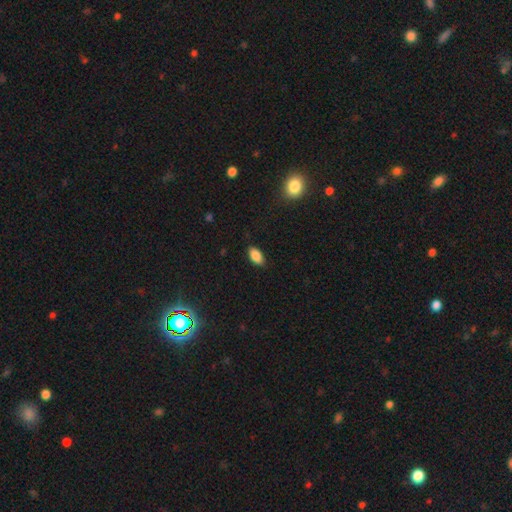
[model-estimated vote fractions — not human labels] Smooth or featured?
  - smooth: 86% *
  - star or artifact: 8%
  - featured or disk: 6%
How rounded?
  - in between: 92% *
  - round: 4%
  - cigar-shaped: 4%
Merging?
  - none: 84% *
  - minor disturbance: 12%
  - major disturbance: 2%
  - merger: 1%